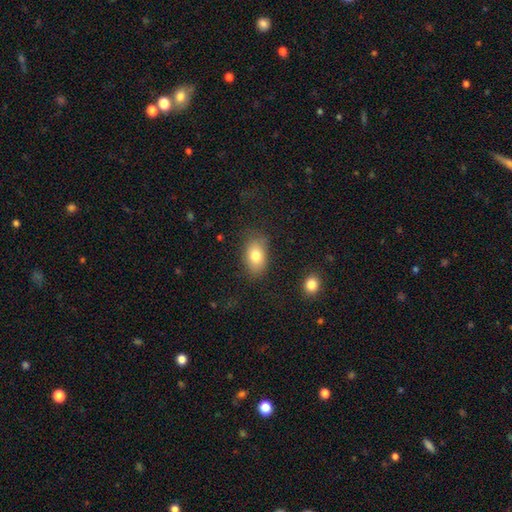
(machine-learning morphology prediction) Q: Smooth or featured?
A: smooth (80%); runner-up: featured or disk (12%)
Q: How rounded?
A: in between (87%); runner-up: round (12%)
Q: Merging?
A: none (77%); runner-up: minor disturbance (16%)